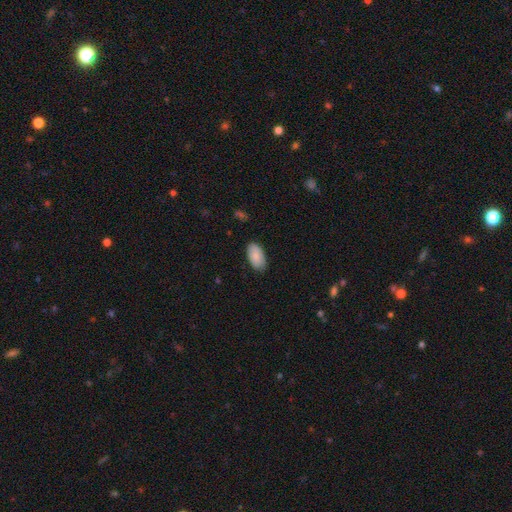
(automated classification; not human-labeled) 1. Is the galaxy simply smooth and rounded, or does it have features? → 84% smooth, 10% featured or disk, 6% star or artifact.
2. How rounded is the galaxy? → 95% in between, 3% round, 2% cigar-shaped.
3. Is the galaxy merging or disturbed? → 81% none, 16% minor disturbance, 3% major disturbance, 1% merger.